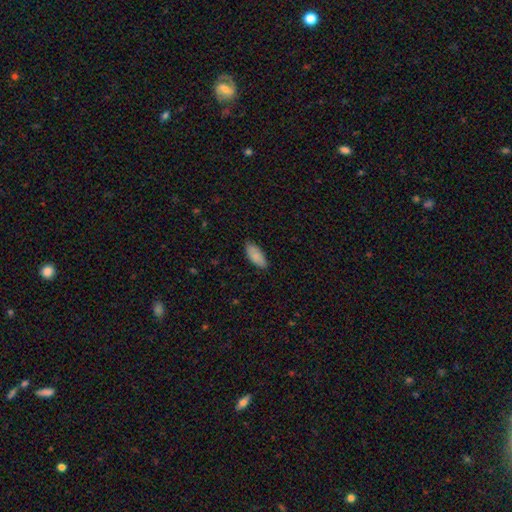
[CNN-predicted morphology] The model was most divided on "merging": none: 83%, minor disturbance: 14%, major disturbance: 2%, merger: 1%. More confident: how rounded — in between (89%); smooth or featured — smooth (86%).